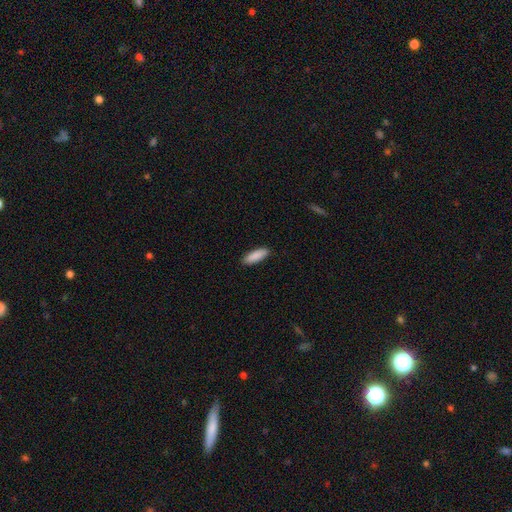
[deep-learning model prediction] Q: Smooth or featured?
A: smooth (90%); runner-up: star or artifact (6%)
Q: How rounded?
A: in between (56%); runner-up: cigar-shaped (42%)
Q: Merging?
A: none (89%); runner-up: minor disturbance (8%)